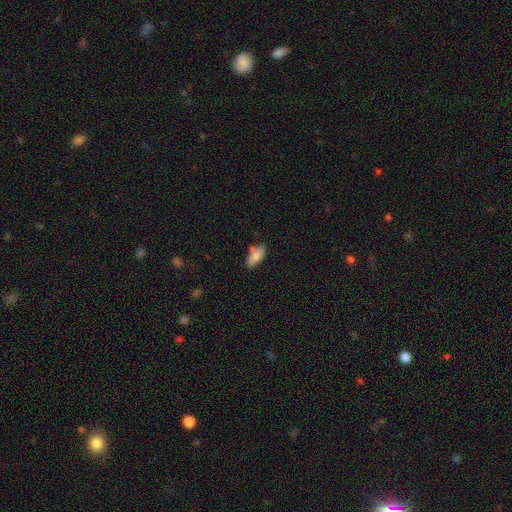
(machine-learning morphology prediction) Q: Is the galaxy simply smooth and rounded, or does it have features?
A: smooth — 80%.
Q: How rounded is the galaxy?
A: in between — 78%.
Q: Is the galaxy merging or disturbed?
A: none — 69%.